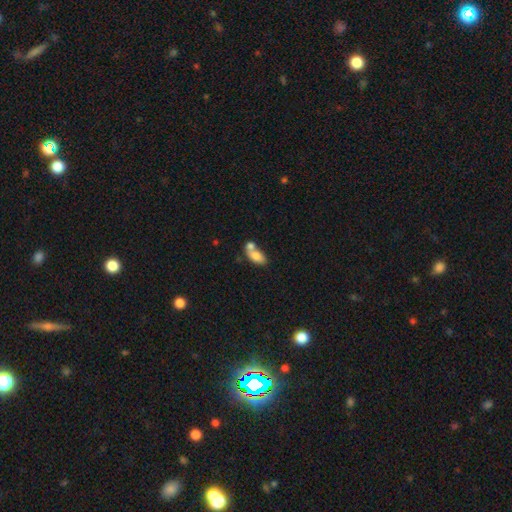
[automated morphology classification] This appears to be a smooth galaxy with no disk features (75%) that is in between round and cigar-shaped (87%). Merging: merger (55%).